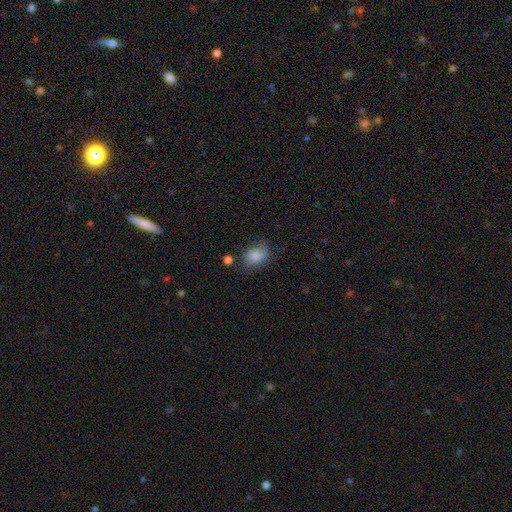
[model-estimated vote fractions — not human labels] Morphology: type=smooth (77%); roundness=in between (74%); merging=none (60%).